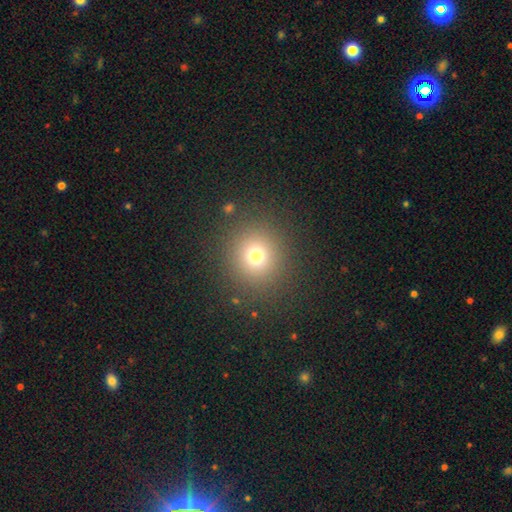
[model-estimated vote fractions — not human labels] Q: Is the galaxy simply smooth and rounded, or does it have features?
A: smooth — 73%.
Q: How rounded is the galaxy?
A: round — 91%.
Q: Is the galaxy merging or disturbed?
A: none — 88%.